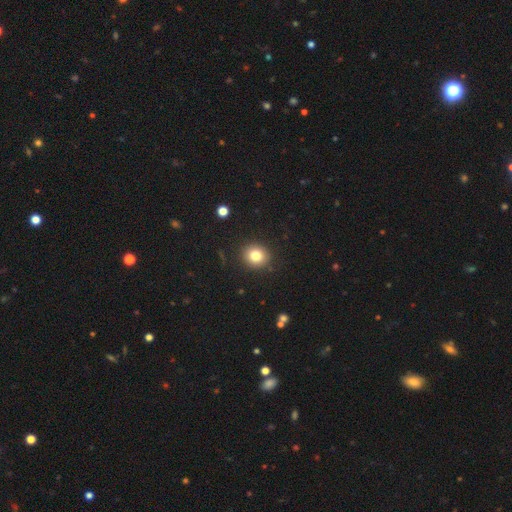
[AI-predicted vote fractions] A smooth galaxy with no disk features (80%) that is round (82%). Merging: none (90%).